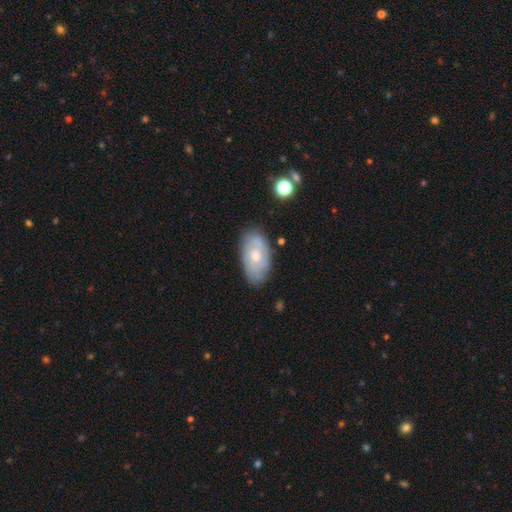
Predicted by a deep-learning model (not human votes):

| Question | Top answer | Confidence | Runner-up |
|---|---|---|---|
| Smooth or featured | featured or disk | 57% | smooth (36%) |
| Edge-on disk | no | 93% | yes (7%) |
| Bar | no | 77% | weak (20%) |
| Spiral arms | yes | 73% | no (27%) |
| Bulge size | moderate | 49% | small (47%) |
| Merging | none | 77% | minor disturbance (18%) |